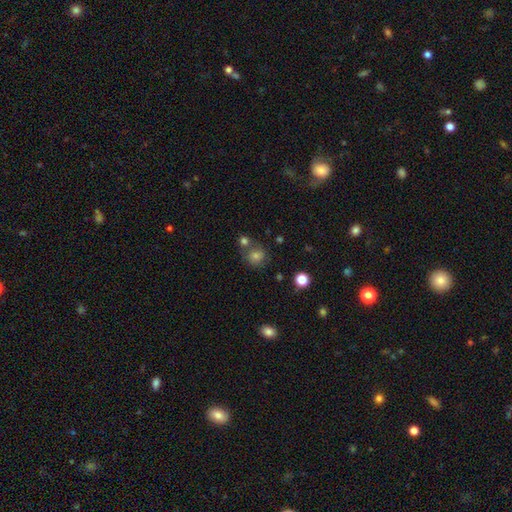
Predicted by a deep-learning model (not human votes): Q: Smooth or featured?
A: smooth (63%); runner-up: star or artifact (20%)
Q: How rounded?
A: round (83%); runner-up: in between (16%)
Q: Merging?
A: none (65%); runner-up: merger (16%)